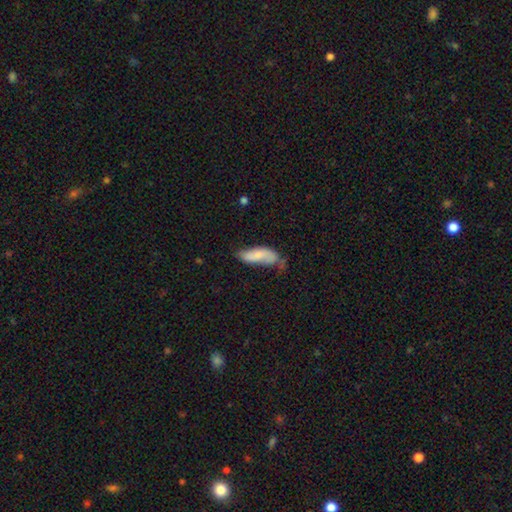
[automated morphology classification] This appears to be a smooth galaxy with no disk features (67%) that is in between round and cigar-shaped (71%). Merging: none (38%).